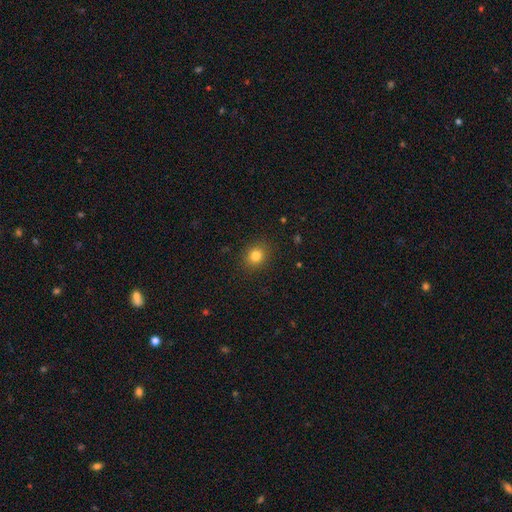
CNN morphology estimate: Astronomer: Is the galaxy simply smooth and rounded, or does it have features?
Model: smooth — 82%.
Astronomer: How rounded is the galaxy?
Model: round — 72%.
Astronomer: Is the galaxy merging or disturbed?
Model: none — 89%.